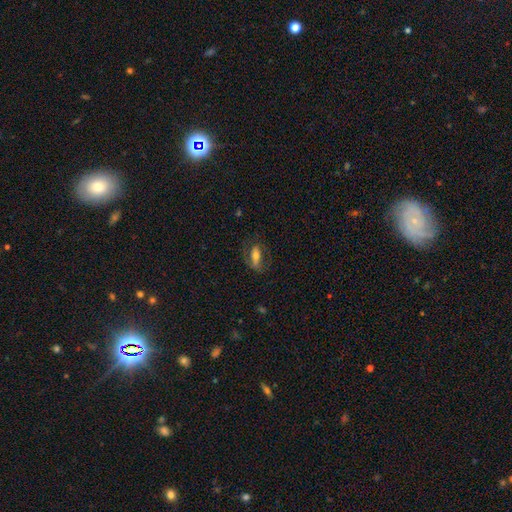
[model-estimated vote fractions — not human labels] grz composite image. It shows a smooth galaxy with no disk features (50%). Merging: none (67%).